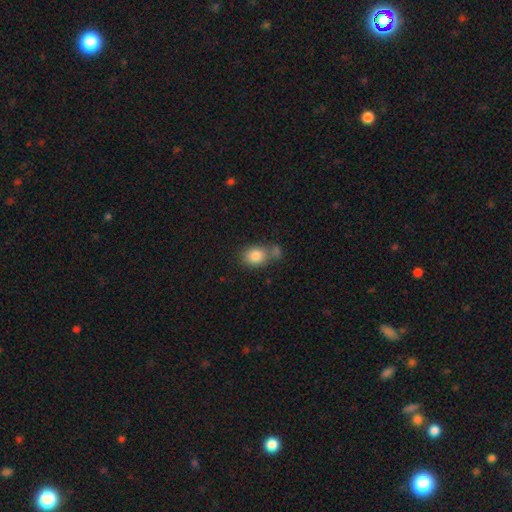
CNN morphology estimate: This appears to be a smooth galaxy with no disk features (83%) that is in between round and cigar-shaped (55%). Merging: none (50%).